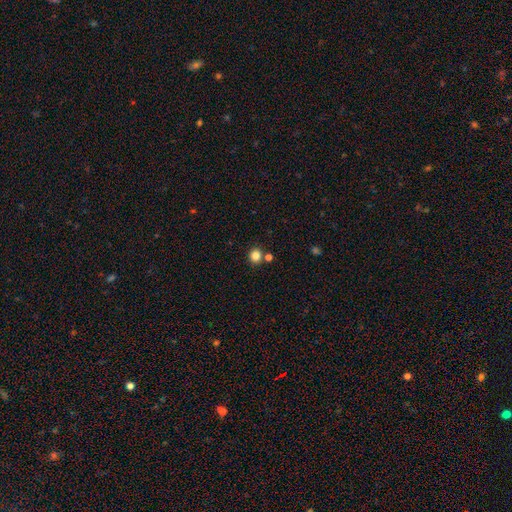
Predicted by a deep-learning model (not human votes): Smooth or featured?
  - smooth: 83% *
  - star or artifact: 12%
  - featured or disk: 5%
How rounded?
  - round: 82% *
  - in between: 17%
  - cigar-shaped: 1%
Merging?
  - none: 79% *
  - merger: 11%
  - minor disturbance: 8%
  - major disturbance: 3%